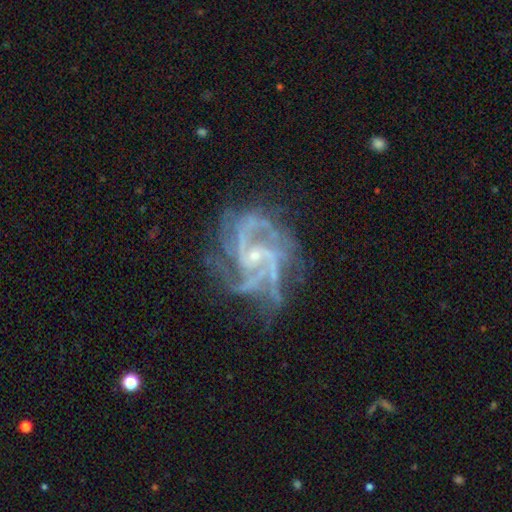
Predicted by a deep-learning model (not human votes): Overall: featured or disk (91%). Edge-on disk: no (98%). Bar: no (51%; weak 36%). Spiral arms: yes (98%). Spiral arm count: 3 (31%; 2 21%). Spiral winding: medium (53%; tight 35%). Bulge size: small (80%). Merging: none (64%).